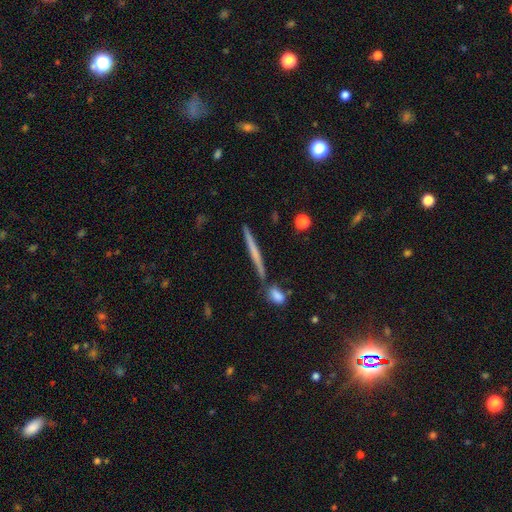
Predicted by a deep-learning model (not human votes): Smooth or featured: featured or disk — 44% (smooth — 30%)
Merging: none — 80% (minor disturbance — 9%)